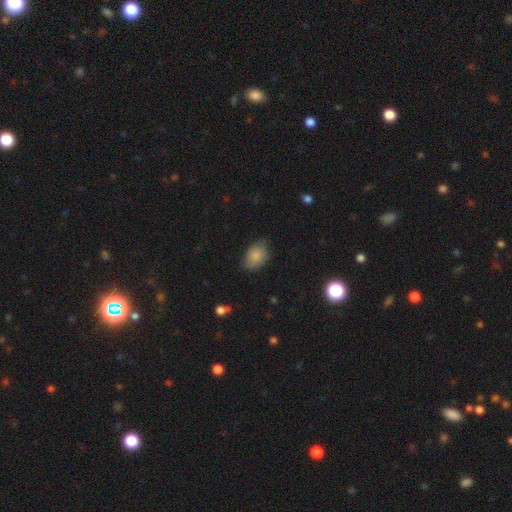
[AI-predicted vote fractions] A smooth galaxy with no disk features (85%) that is in between round and cigar-shaped (81%).

Vote fractions:
- Smooth or featured? smooth: 85% / star or artifact: 8% / featured or disk: 7%
- How rounded? in between: 81% / round: 18% / cigar-shaped: 1%
- Merging? none: 72% / minor disturbance: 22% / major disturbance: 4% / merger: 1%